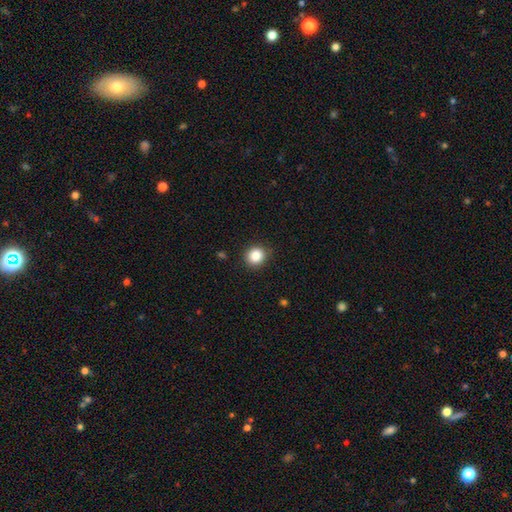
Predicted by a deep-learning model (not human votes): Smooth or featured: smooth — 86% (star or artifact — 10%)
How rounded: round — 85% (in between — 14%)
Merging: none — 87% (minor disturbance — 10%)